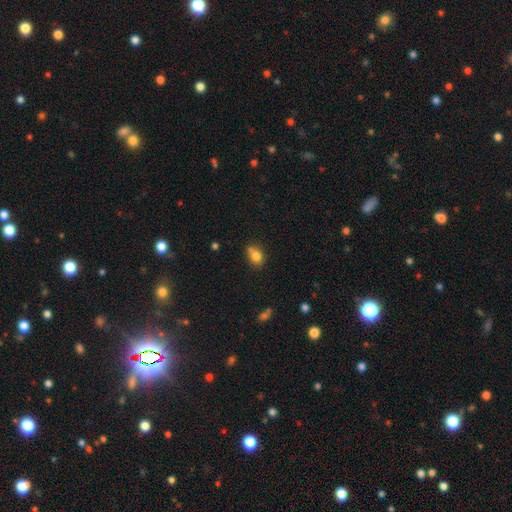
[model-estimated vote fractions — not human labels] smooth 80%, star or artifact 10%, featured or disk 10%. Down the decision tree: how rounded — in between (65%); merging — none (54%).